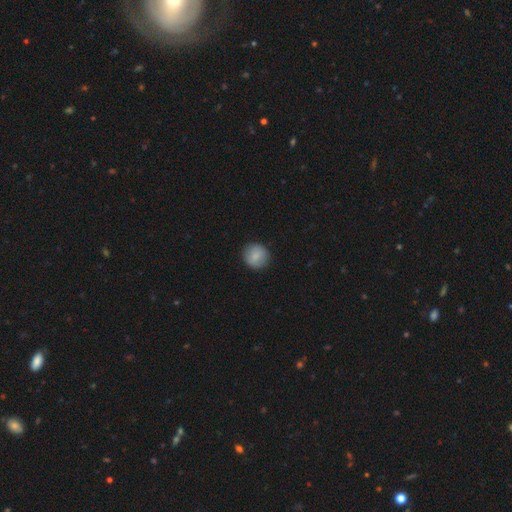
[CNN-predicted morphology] This appears to be a smooth galaxy with no disk features (83%) that is round (93%). Merging: none (90%).